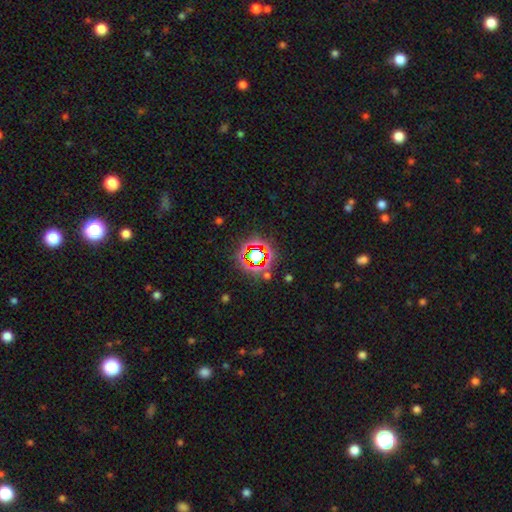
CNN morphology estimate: Q: Smooth or featured?
A: star or artifact (68%); runner-up: smooth (20%)